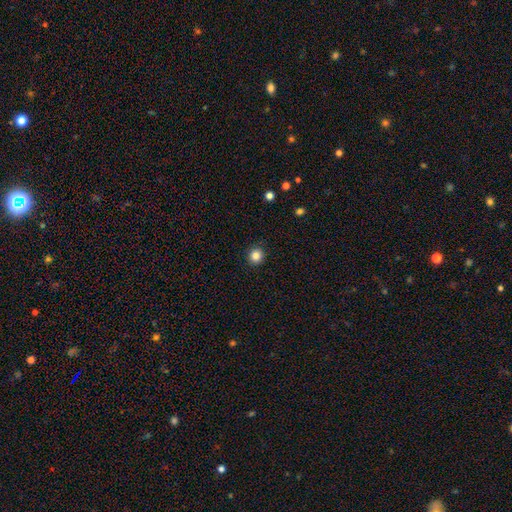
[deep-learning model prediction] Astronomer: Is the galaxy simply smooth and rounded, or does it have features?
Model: smooth — 84%.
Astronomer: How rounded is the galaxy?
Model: round — 92%.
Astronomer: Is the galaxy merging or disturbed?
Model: none — 90%.